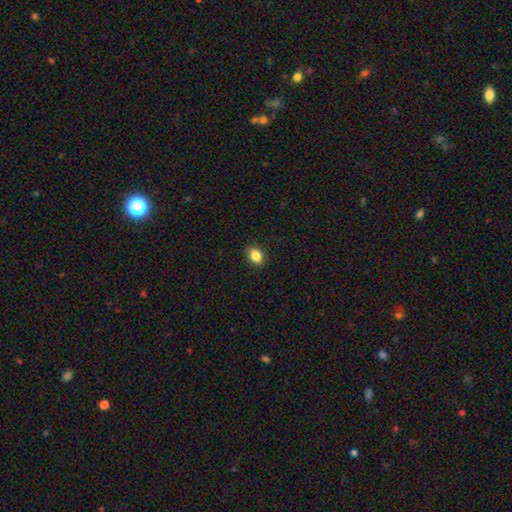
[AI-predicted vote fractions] This appears to be a smooth galaxy with no disk features (85%) that is in between round and cigar-shaped (76%). Merging: none (89%).